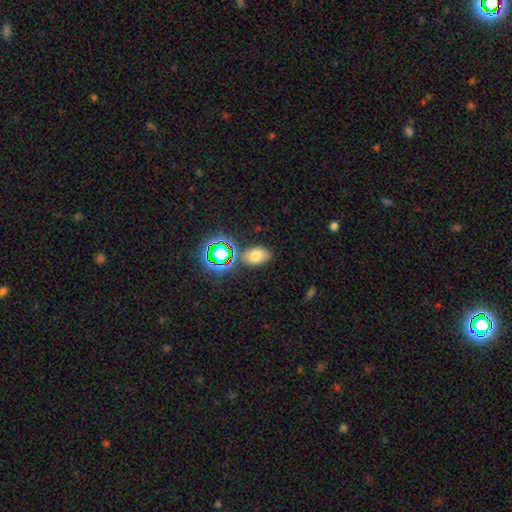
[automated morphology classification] Smooth or featured? smooth (67%)
How rounded? in between (84%)
Merging? none (74%)